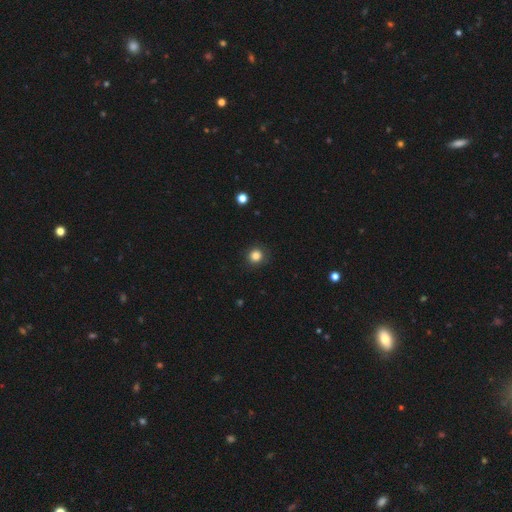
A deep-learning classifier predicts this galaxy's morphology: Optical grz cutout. It shows a smooth galaxy with no disk features (84%) that is round (92%). Merging: none (88%).